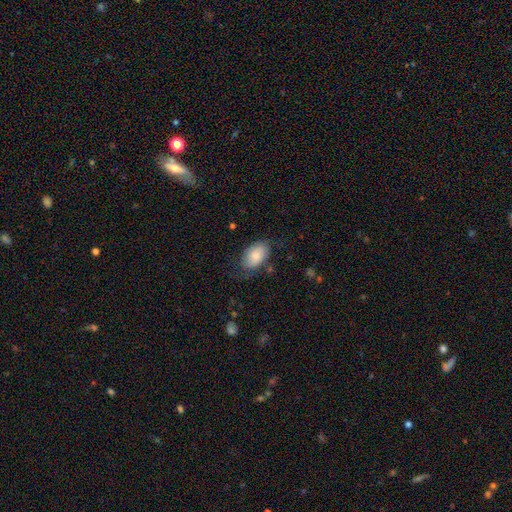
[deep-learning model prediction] smooth_or_featured: smooth (p=0.78) [alt: featured or disk p=0.16]
how_rounded: in between (p=0.91) [alt: round p=0.07]
merging: none (p=0.66) [alt: minor disturbance p=0.24]